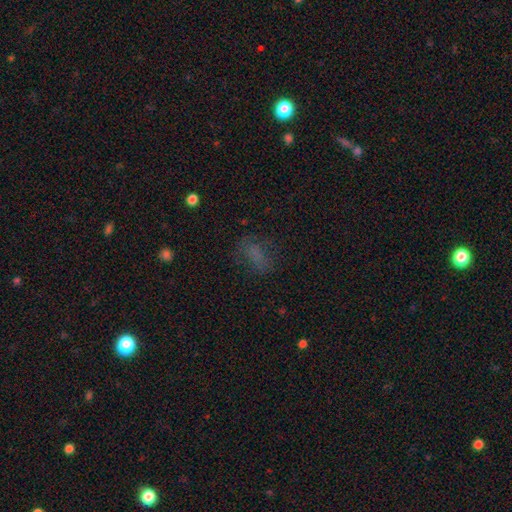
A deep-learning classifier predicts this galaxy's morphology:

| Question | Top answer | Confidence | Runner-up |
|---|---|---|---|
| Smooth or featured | smooth | 59% | star or artifact (22%) |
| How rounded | in between | 77% | round (17%) |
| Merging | none | 62% | minor disturbance (19%) |